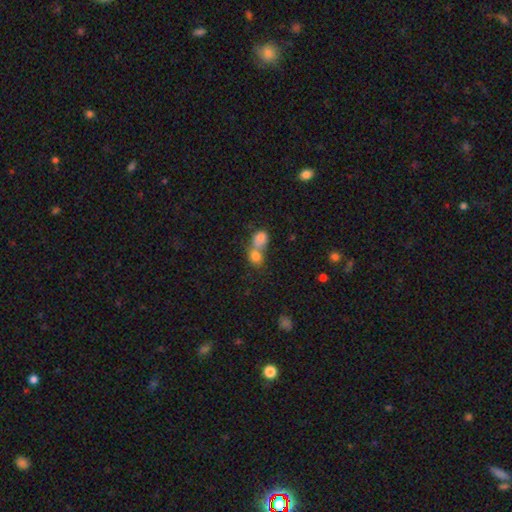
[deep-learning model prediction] This is likely a smooth galaxy (79%). How rounded: likely round (63%). Merging: likely merger (69%).